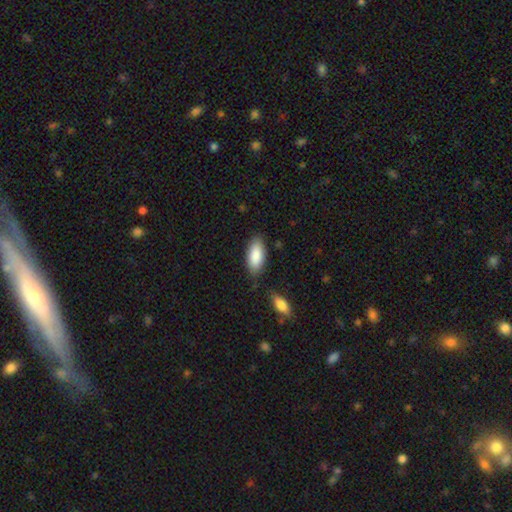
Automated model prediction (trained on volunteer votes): Morphology: type=smooth (88%); roundness=in between (89%); merging=none (79%).